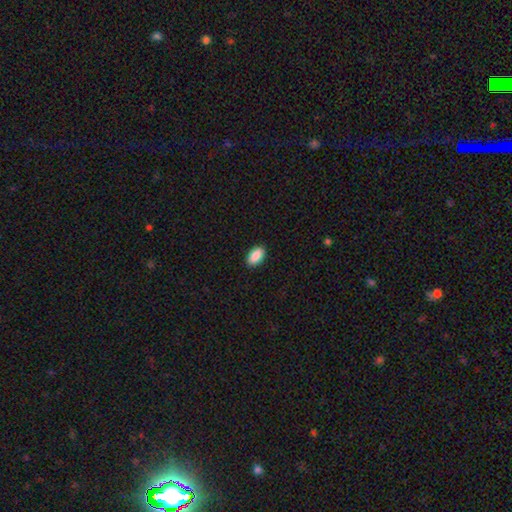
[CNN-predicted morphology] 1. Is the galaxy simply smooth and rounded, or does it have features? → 90% smooth, 6% star or artifact, 3% featured or disk.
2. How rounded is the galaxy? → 94% in between, 4% round, 2% cigar-shaped.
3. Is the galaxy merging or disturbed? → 91% none, 7% minor disturbance, 2% major disturbance, 1% merger.